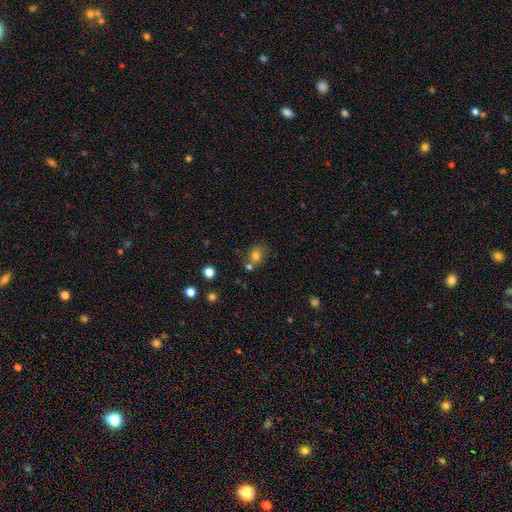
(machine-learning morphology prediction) Smooth or featured: smooth — 73% (star or artifact — 15%)
How rounded: round — 66% (in between — 33%)
Merging: none — 56% (merger — 23%)